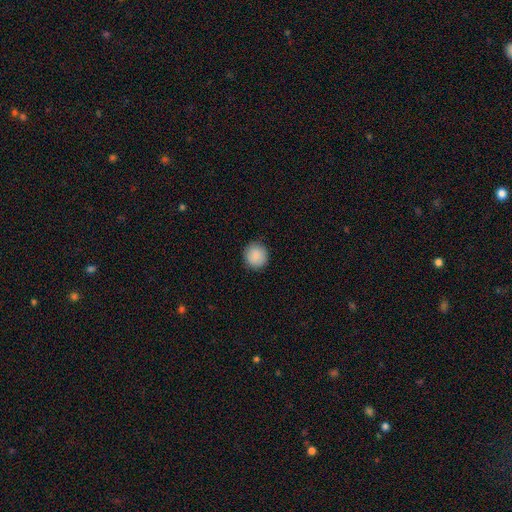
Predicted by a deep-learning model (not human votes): This is clearly a smooth galaxy (89%). How rounded: clearly round (91%). Merging: clearly none (89%).